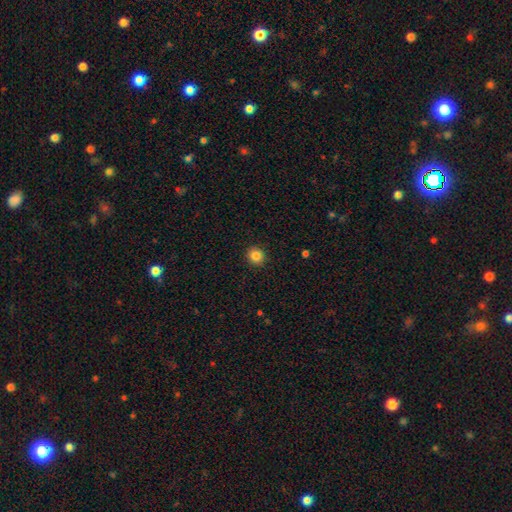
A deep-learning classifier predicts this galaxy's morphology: type=smooth (85%); roundness=round (91%); merging=none (93%).